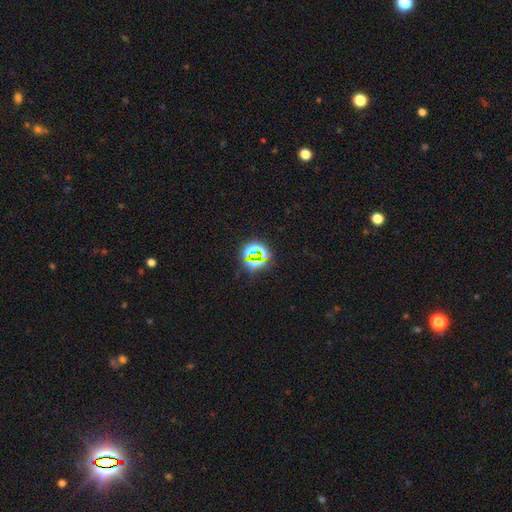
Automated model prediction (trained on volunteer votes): Smooth or featured? star or artifact (70%)